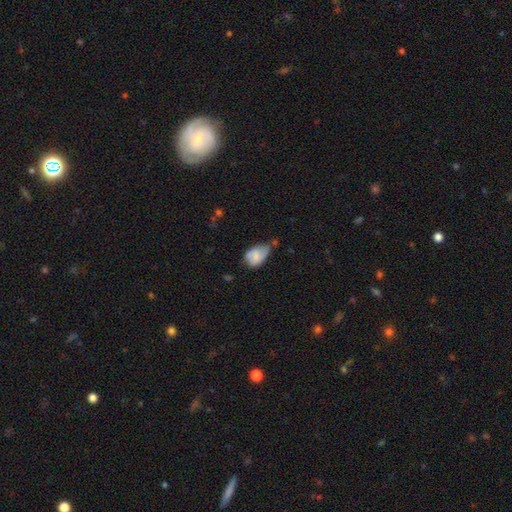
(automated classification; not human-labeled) Smooth or featured? smooth (68%)
How rounded? in between (84%)
Merging? minor disturbance (45%)